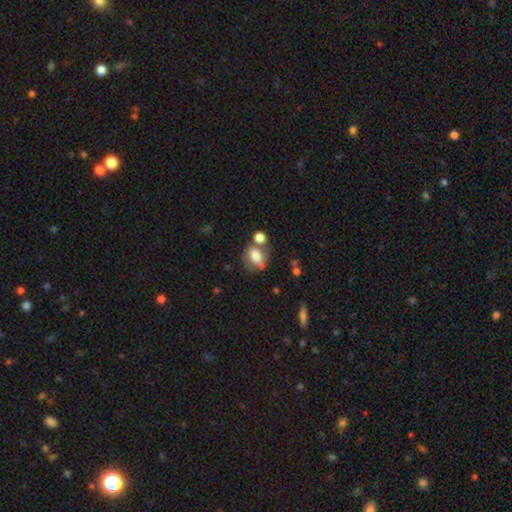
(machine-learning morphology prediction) Smooth or featured? smooth (67%)
How rounded? in between (62%)
Merging? none (46%)